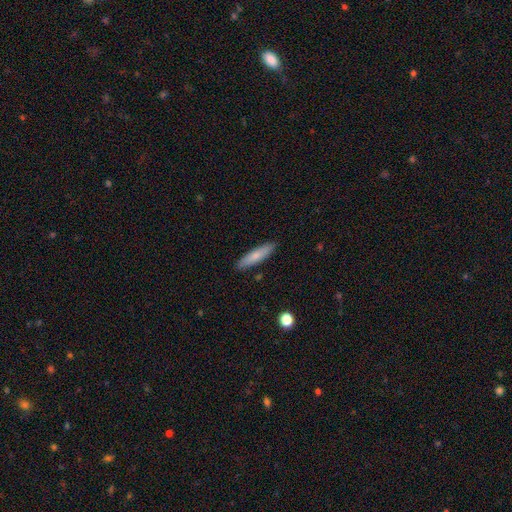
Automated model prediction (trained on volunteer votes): This appears to be a smooth galaxy with no disk features (75%) that is cigar-shaped (80%). Merging: none (88%).